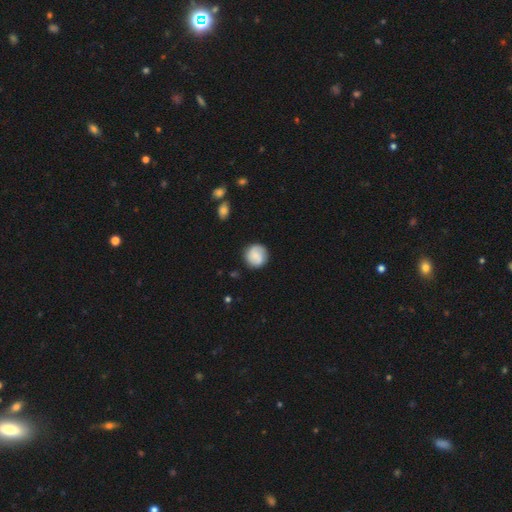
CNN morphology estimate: Smooth or featured? smooth (64%)
How rounded? round (92%)
Merging? none (84%)